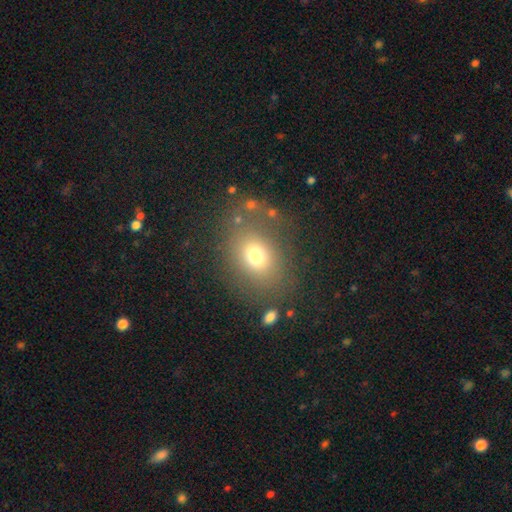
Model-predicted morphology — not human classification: Overall: smooth (70%). How rounded: in between (59%; round 39%). Merging: none (72%).